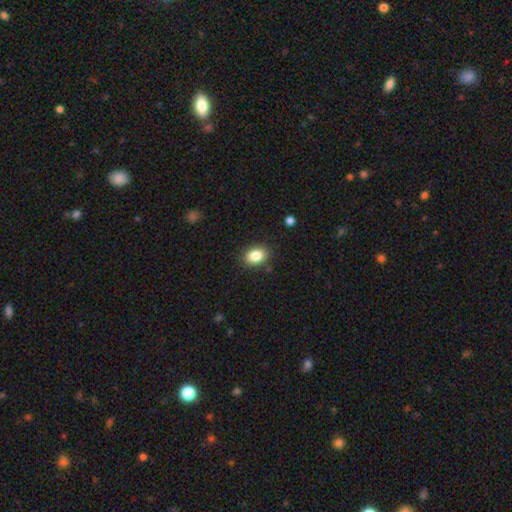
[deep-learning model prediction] Smooth or featured? smooth (85%)
How rounded? in between (74%)
Merging? none (86%)